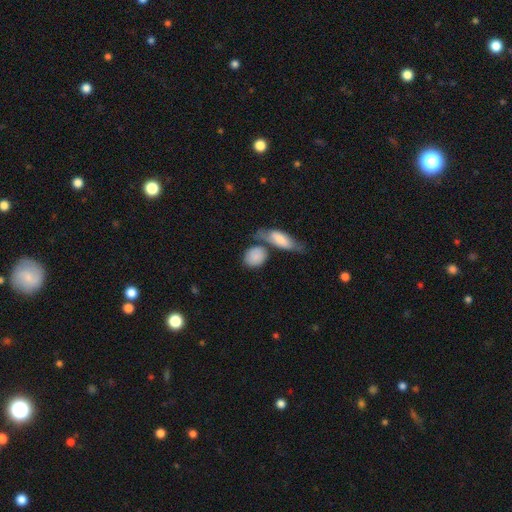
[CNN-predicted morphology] This is clearly a smooth galaxy (84%). How rounded: possibly round (48%, tied with in between). Merging: possibly none (46%).